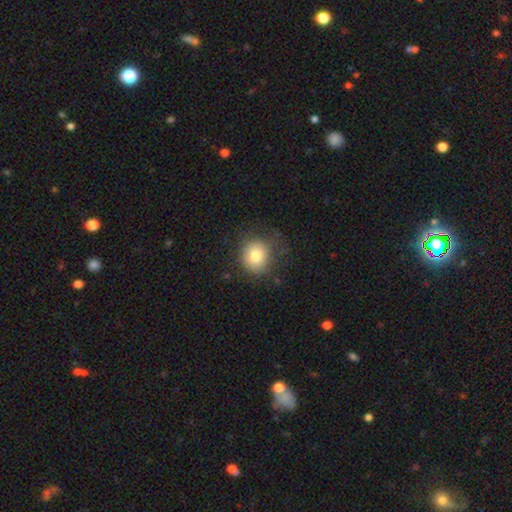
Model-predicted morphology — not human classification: Smooth or featured?
  - smooth: 78% *
  - star or artifact: 11%
  - featured or disk: 11%
How rounded?
  - round: 86% *
  - in between: 14%
  - cigar-shaped: 1%
Merging?
  - none: 74% *
  - minor disturbance: 17%
  - major disturbance: 7%
  - merger: 1%